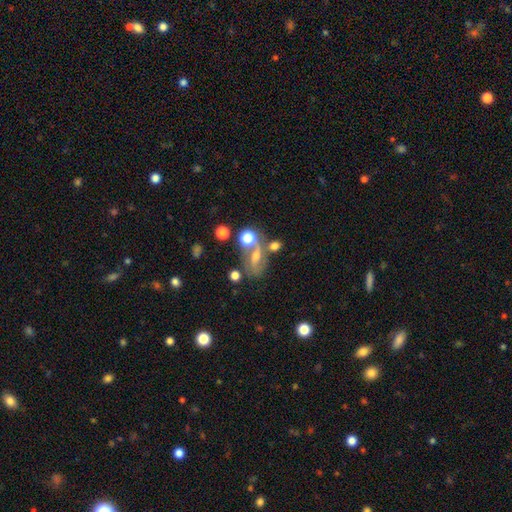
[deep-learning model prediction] Q: Smooth or featured?
A: featured or disk (45%); runner-up: smooth (36%)
Q: Merging?
A: none (45%); runner-up: merger (24%)